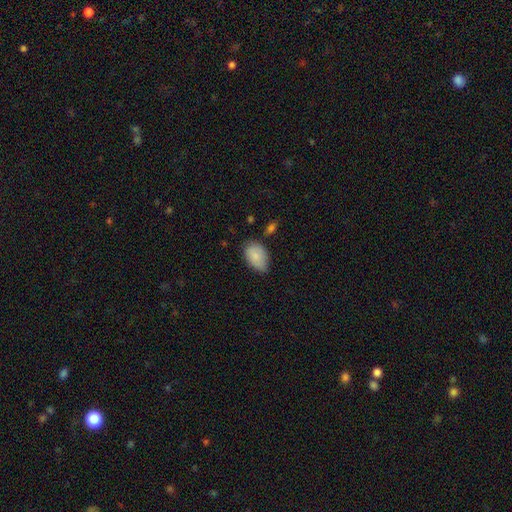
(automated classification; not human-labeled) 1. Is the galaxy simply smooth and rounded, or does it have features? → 84% smooth, 9% featured or disk, 7% star or artifact.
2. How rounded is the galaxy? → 88% in between, 10% round, 1% cigar-shaped.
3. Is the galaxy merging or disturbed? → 57% none, 33% minor disturbance, 6% major disturbance, 3% merger.